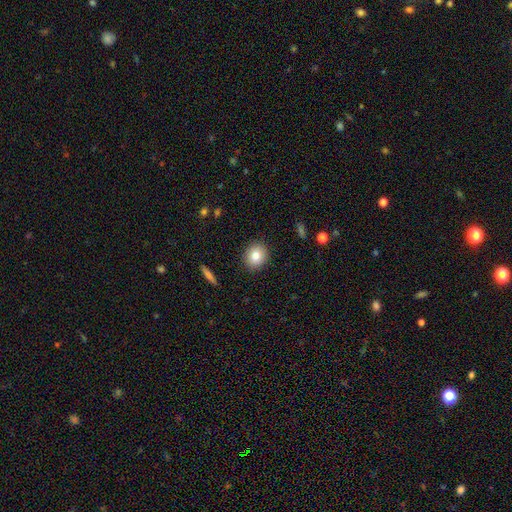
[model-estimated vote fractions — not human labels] Smooth or featured? smooth (83%)
How rounded? round (68%)
Merging? none (90%)